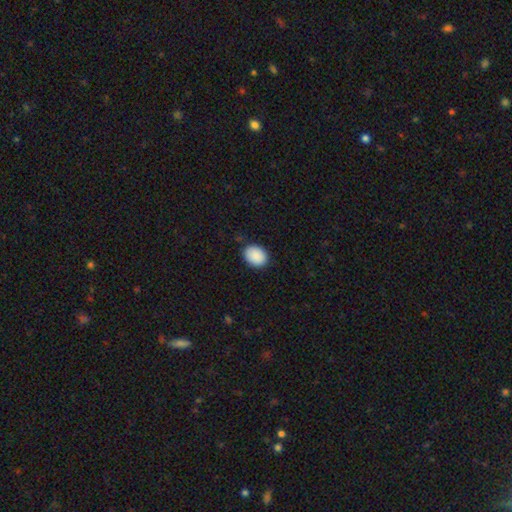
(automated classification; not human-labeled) smooth 90%, star or artifact 7%, featured or disk 3%. Down the decision tree: how rounded — in between (57%); merging — none (87%).